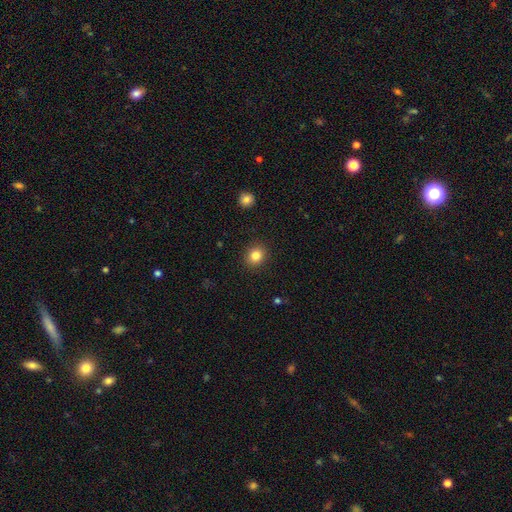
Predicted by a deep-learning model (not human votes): A smooth galaxy with no disk features (84%) that is round (79%).

Vote fractions:
- Smooth or featured? smooth: 84% / star or artifact: 11% / featured or disk: 5%
- How rounded? round: 79% / in between: 20% / cigar-shaped: 1%
- Merging? none: 91% / minor disturbance: 6% / major disturbance: 2% / merger: 1%